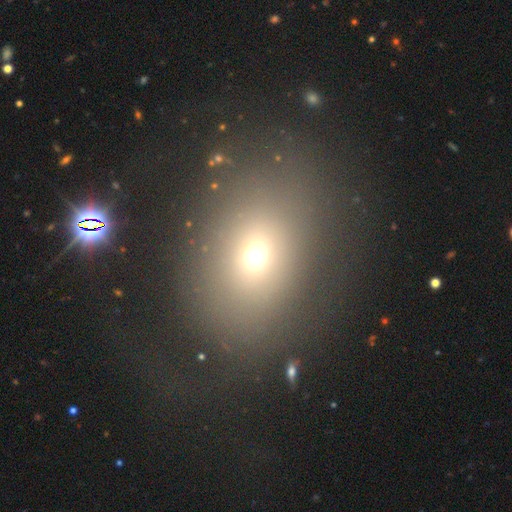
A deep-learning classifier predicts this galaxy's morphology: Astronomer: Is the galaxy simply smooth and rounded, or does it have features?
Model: smooth — 65%.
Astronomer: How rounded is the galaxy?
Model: in between — 54% (runner-up: round, 44%).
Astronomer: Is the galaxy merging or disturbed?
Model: none — 71%.